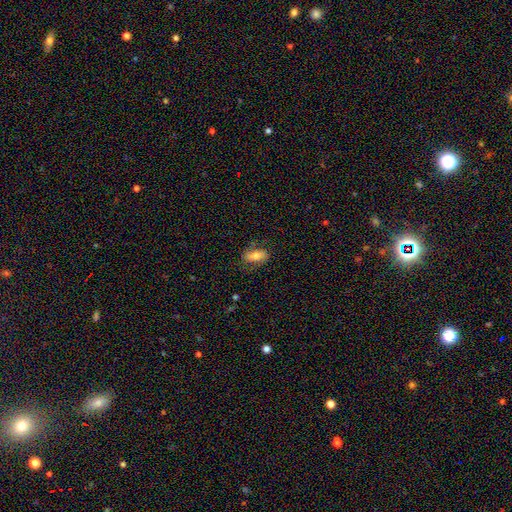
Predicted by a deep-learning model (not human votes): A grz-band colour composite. It shows a smooth galaxy with no disk features (61%) that is in between round and cigar-shaped (87%). Merging: none (72%).